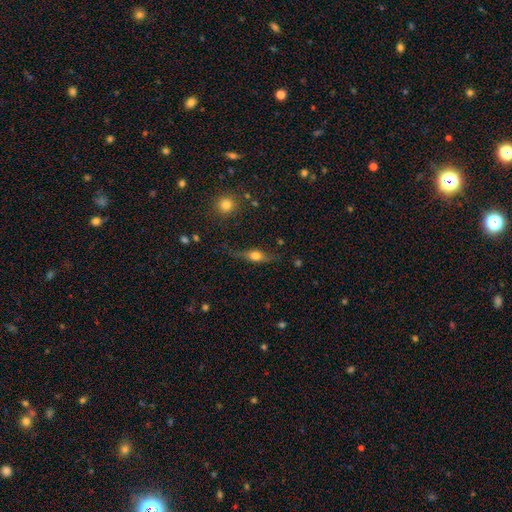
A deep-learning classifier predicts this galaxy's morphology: A smooth galaxy with no disk features (49%).

Vote fractions:
- Smooth or featured? smooth: 49% / featured or disk: 42% / star or artifact: 9%
- Merging? none: 69% / minor disturbance: 21% / major disturbance: 7% / merger: 2%